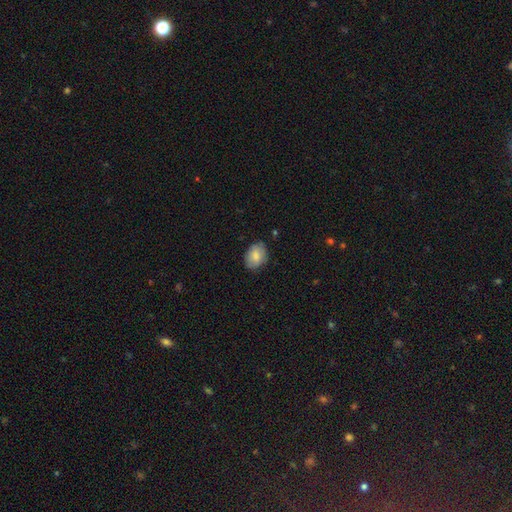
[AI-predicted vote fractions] A smooth galaxy with no disk features (79%) that is in between round and cigar-shaped (71%).

Vote fractions:
- Smooth or featured? smooth: 79% / featured or disk: 14% / star or artifact: 7%
- How rounded? in between: 71% / round: 28% / cigar-shaped: 1%
- Merging? none: 77% / minor disturbance: 19% / major disturbance: 3% / merger: 1%